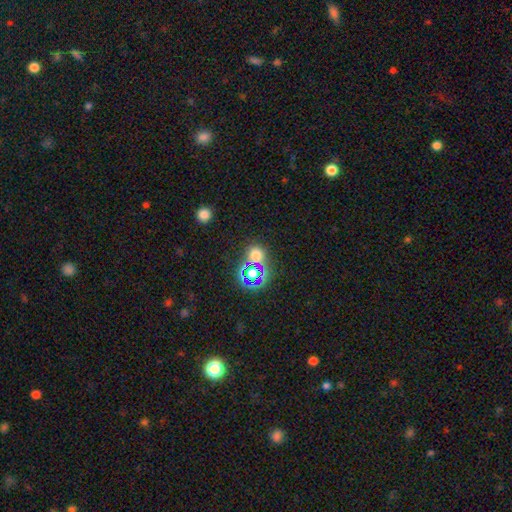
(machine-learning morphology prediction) Smooth or featured? Predicted: smooth (p=0.54). How rounded? Predicted: round (p=0.79). Merging? Predicted: none (p=0.70).